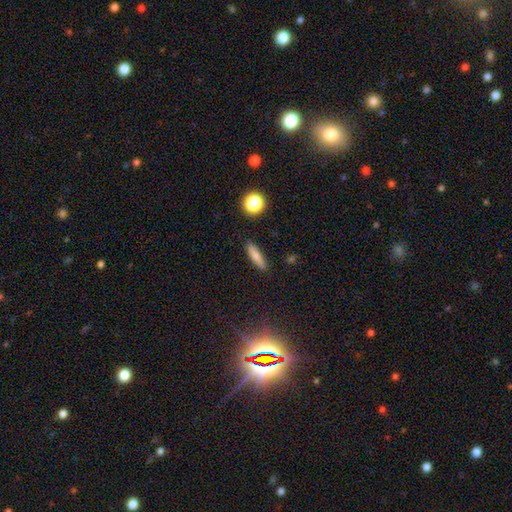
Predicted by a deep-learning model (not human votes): This is clearly a smooth galaxy (80%). How rounded: likely cigar-shaped (72%). Merging: clearly none (88%).